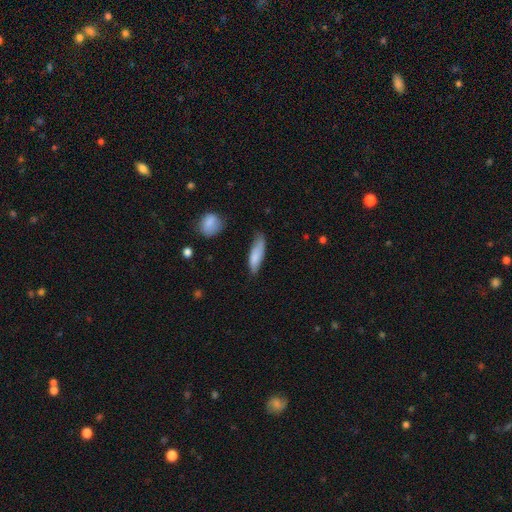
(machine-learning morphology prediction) This appears to be a smooth galaxy with no disk features (80%) that is cigar-shaped (51%). Merging: none (58%).